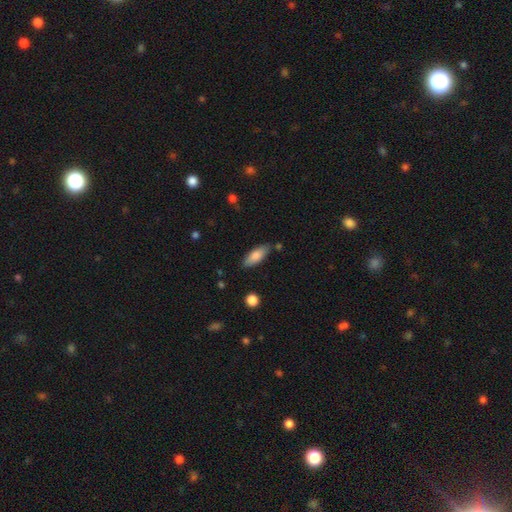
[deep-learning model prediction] Smooth or featured: smooth — 78% (featured or disk — 16%)
How rounded: in between — 68% (cigar-shaped — 30%)
Merging: none — 81% (minor disturbance — 13%)